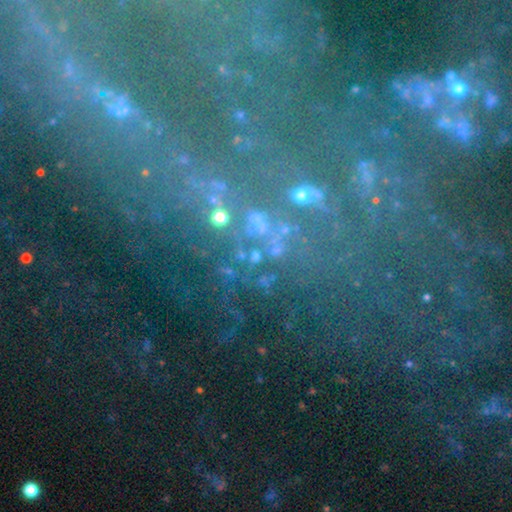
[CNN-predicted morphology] This is marginally a star or artifact rather than a galaxy (41%).